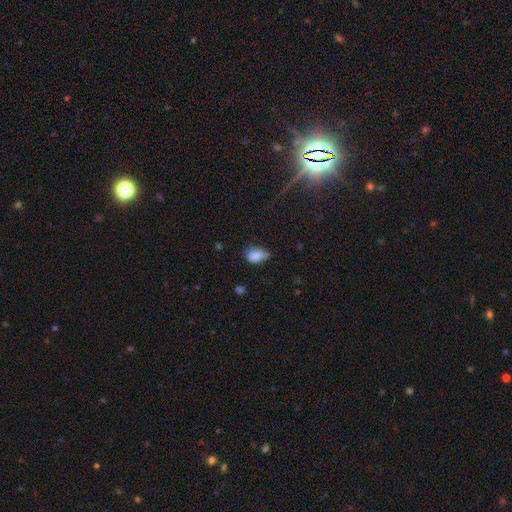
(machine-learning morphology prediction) Smooth or featured? Predicted: smooth (p=0.82). How rounded? Predicted: in between (p=0.86). Merging? Predicted: none (p=0.50).